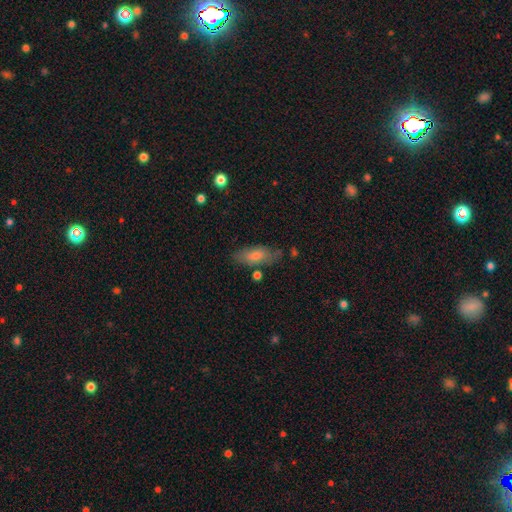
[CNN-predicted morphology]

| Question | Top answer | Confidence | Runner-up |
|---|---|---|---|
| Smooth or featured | smooth | 63% | featured or disk (27%) |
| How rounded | in between | 69% | cigar-shaped (28%) |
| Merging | none | 76% | minor disturbance (16%) |